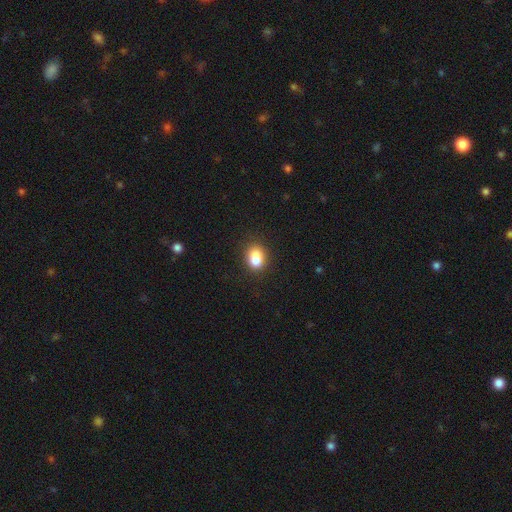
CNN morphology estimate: This is likely a smooth galaxy (78%). How rounded: likely in between (63%). Merging: possibly none (55%).